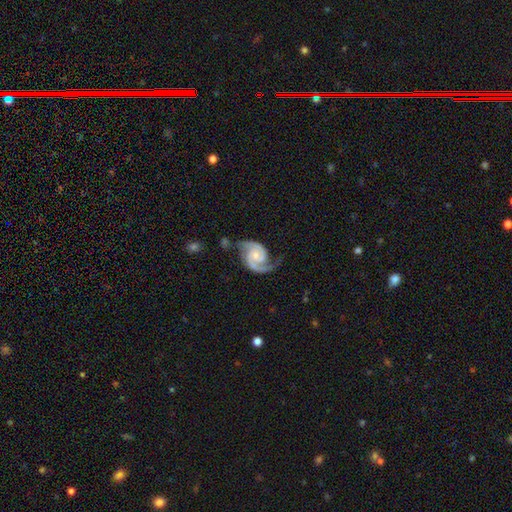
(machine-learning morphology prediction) smooth_or_featured: featured or disk (p=0.92) [alt: star or artifact p=0.04]
disk_edge_on: no (p=0.98) [alt: yes p=0.02]
bar: no (p=0.65) [alt: weak p=0.28]
has_spiral_arms: yes (p=0.98) [alt: no p=0.02]
spiral_winding: medium (p=0.52) [alt: tight p=0.36]
spiral_arm_count: 2 (p=0.92) [alt: 1 p=0.02]
bulge_size: small (p=0.52) [alt: moderate p=0.40]
merging: none (p=0.67) [alt: minor disturbance p=0.20]